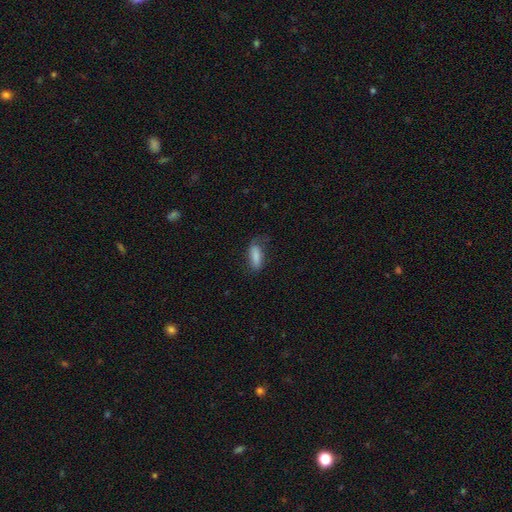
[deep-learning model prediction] Smooth or featured: smooth — 82% (featured or disk — 11%)
How rounded: in between — 66% (cigar-shaped — 32%)
Merging: none — 57% (minor disturbance — 29%)